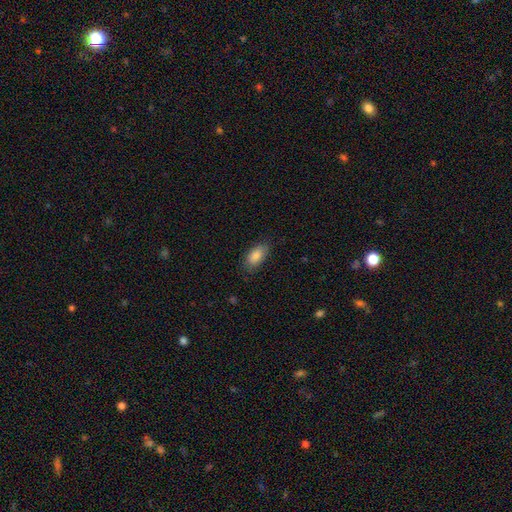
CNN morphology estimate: Smooth or featured: smooth — 85% (featured or disk — 8%)
How rounded: in between — 91% (cigar-shaped — 5%)
Merging: none — 78% (minor disturbance — 17%)